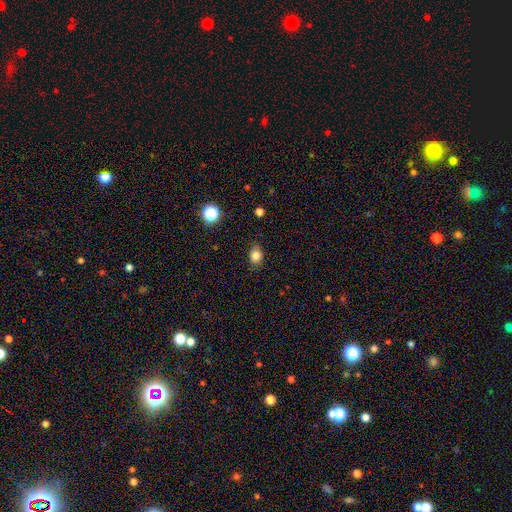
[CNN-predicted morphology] This appears to be a smooth galaxy with no disk features (82%) that is in between round and cigar-shaped (57%). Merging: none (81%).